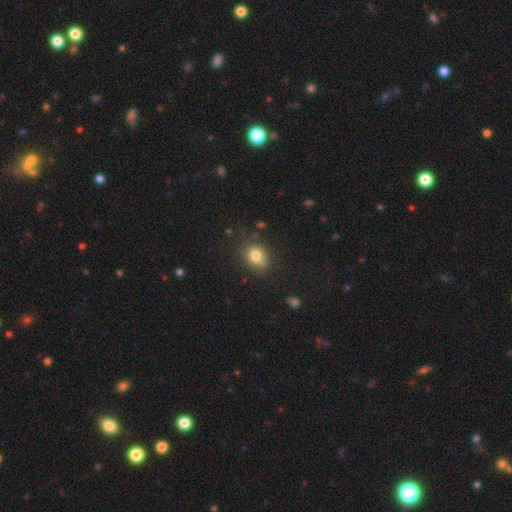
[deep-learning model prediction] A smooth galaxy with no disk features (79%) that is round (54%). Merging: none (72%).